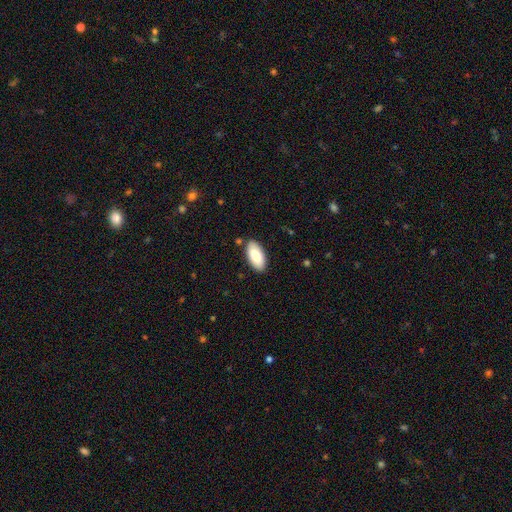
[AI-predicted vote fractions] smooth-or-featured: smooth: 85% | featured or disk: 9% | star or artifact: 6%
  how-rounded: in between: 92% | cigar-shaped: 6% | round: 2%
  merging: none: 85% | minor disturbance: 11% | major disturbance: 2% | merger: 2%